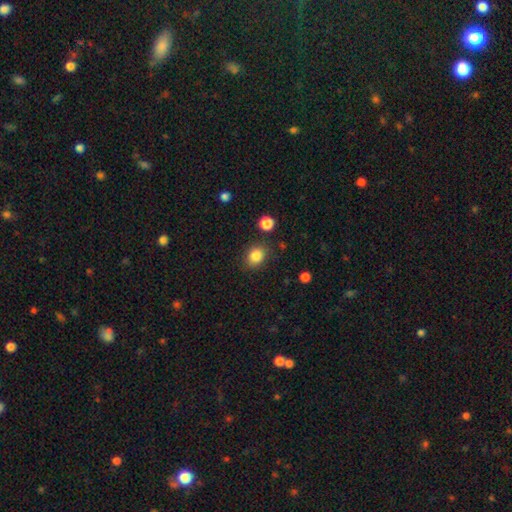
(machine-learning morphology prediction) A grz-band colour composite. It shows a smooth galaxy with no disk features (85%) that is round (62%). Merging: none (82%).